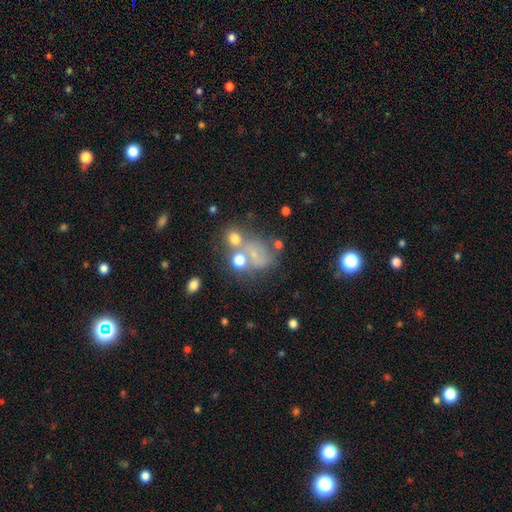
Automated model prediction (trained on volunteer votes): smooth 53%, featured or disk 26%, star or artifact 21%. Down the decision tree: how rounded — round (61%); merging — none (38%).